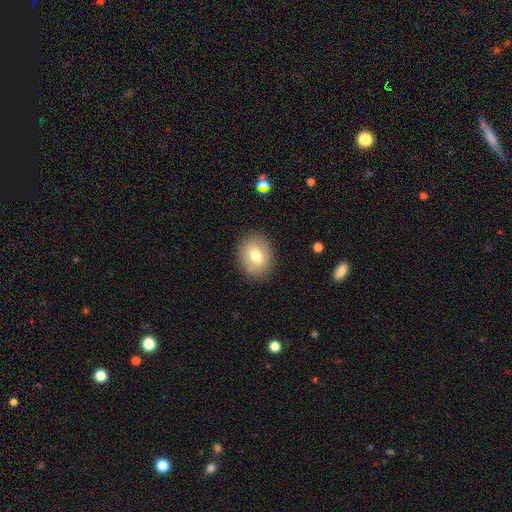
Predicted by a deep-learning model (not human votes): Morphology: type=smooth (72%); roundness=in between (53%); merging=none (86%).